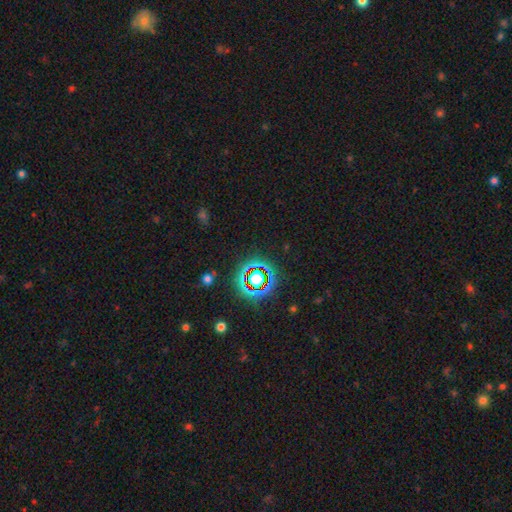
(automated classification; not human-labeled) A star or artifact, not a galaxy (75%).

Vote fractions:
- Smooth or featured? star or artifact: 75% / smooth: 15% / featured or disk: 10%